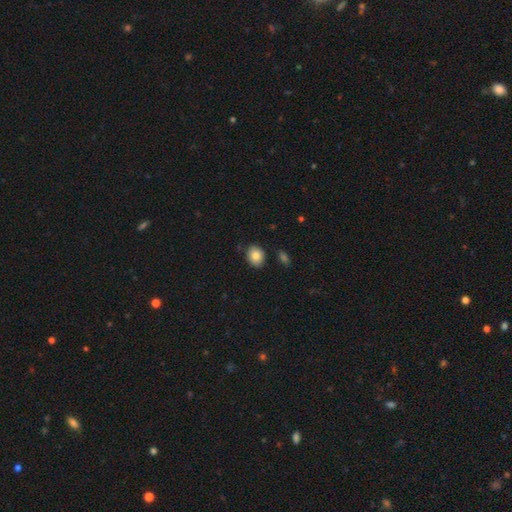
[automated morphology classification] A smooth galaxy with no disk features (84%) that is in between round and cigar-shaped (54%). Merging: none (85%).